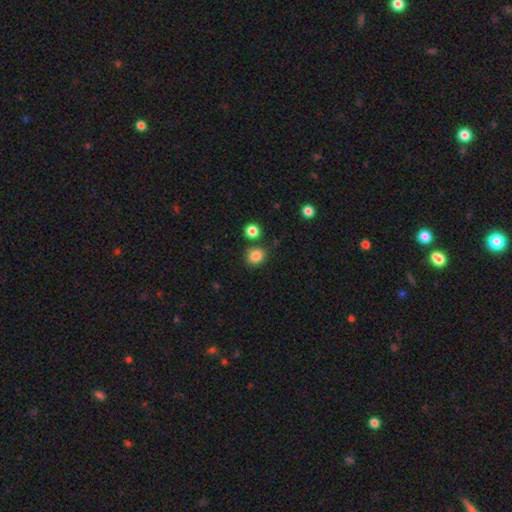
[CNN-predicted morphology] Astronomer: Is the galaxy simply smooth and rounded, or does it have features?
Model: smooth — 84%.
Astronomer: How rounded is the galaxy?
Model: round — 69%.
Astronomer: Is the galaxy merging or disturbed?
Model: none — 77%.